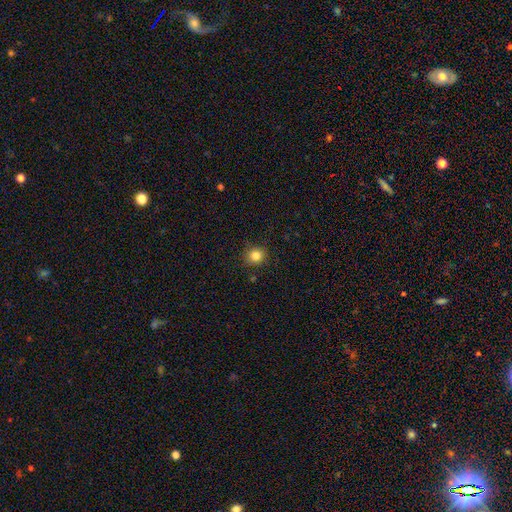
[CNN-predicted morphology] The model was most divided on "smooth or featured": smooth: 83%, star or artifact: 12%, featured or disk: 5%. More confident: how rounded — round (88%); merging — none (87%).